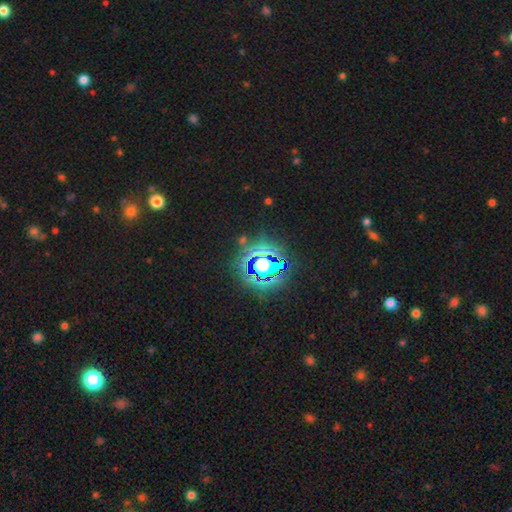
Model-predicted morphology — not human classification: This is clearly a star or artifact rather than a galaxy (81%).